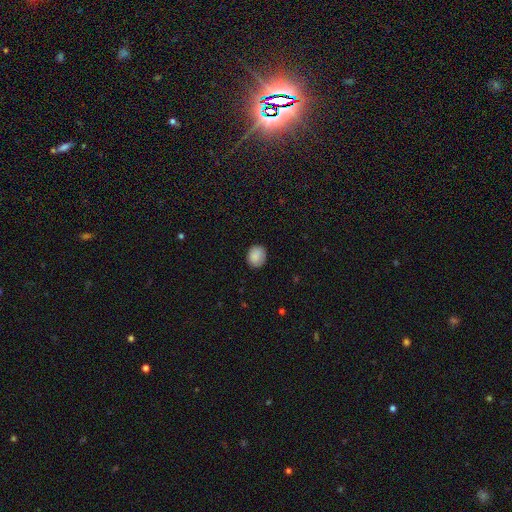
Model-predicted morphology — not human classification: smooth_or_featured: smooth (p=0.87) [alt: star or artifact p=0.08]
how_rounded: round (p=0.64) [alt: in between p=0.35]
merging: none (p=0.84) [alt: minor disturbance p=0.13]